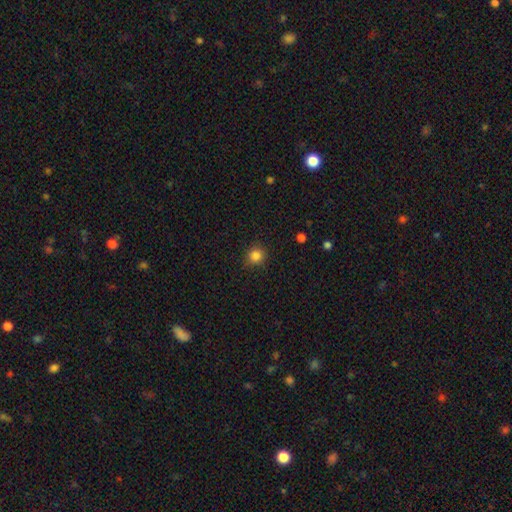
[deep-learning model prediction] Q: Smooth or featured?
A: smooth (84%); runner-up: star or artifact (12%)
Q: How rounded?
A: round (88%); runner-up: in between (11%)
Q: Merging?
A: none (82%); runner-up: minor disturbance (13%)